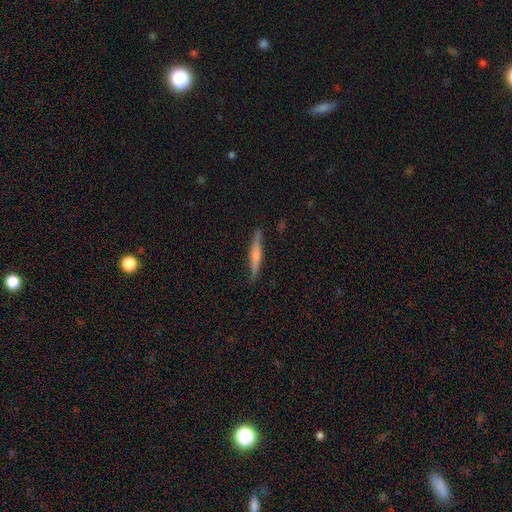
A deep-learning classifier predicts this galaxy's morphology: smooth_or_featured: smooth (p=0.49) [alt: featured or disk p=0.45]
merging: none (p=0.85) [alt: minor disturbance p=0.11]